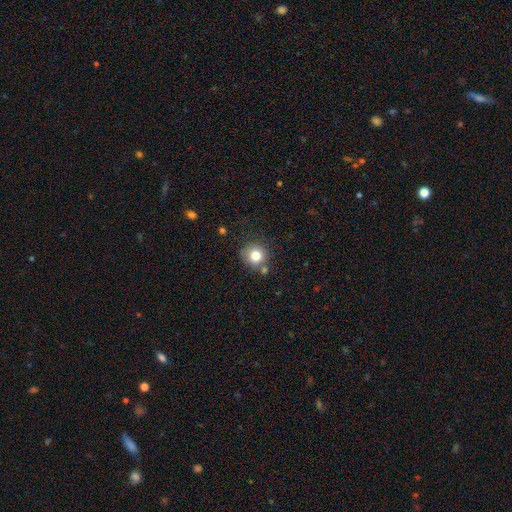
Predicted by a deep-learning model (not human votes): smooth 79%, star or artifact 12%, featured or disk 9%. Down the decision tree: how rounded — round (92%); merging — none (74%).